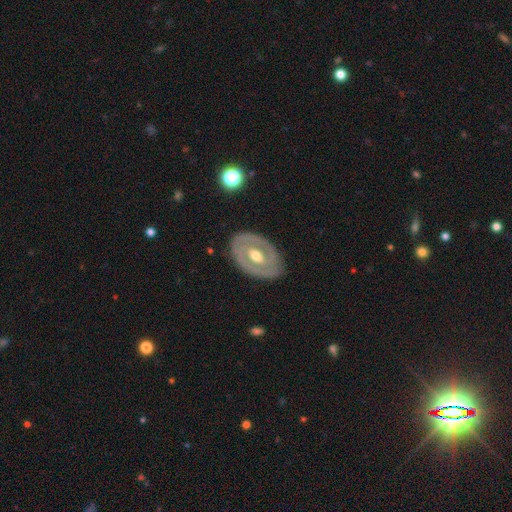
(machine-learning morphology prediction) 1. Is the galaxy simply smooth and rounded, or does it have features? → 72% featured or disk, 24% smooth, 4% star or artifact.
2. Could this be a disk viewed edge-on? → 93% no, 7% yes.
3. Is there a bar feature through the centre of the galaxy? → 51% no, 34% weak, 15% strong.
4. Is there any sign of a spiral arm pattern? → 60% no, 40% yes.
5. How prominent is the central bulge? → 75% moderate, 15% small, 8% large, 1% none, 1% dominant.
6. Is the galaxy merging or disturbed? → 81% none, 14% minor disturbance, 4% major disturbance, 1% merger.